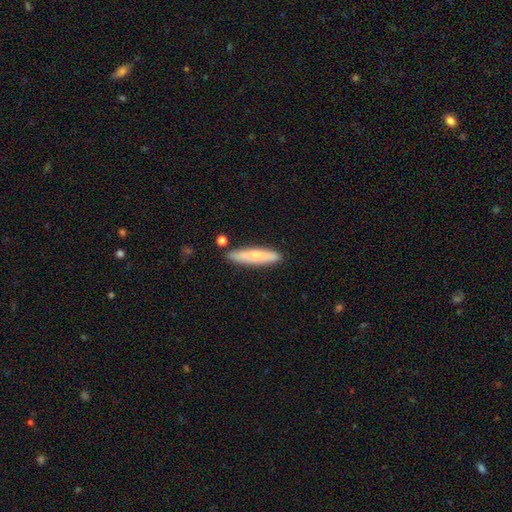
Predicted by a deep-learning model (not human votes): This is likely a smooth galaxy (71%). How rounded: clearly cigar-shaped (87%). Merging: clearly none (84%).